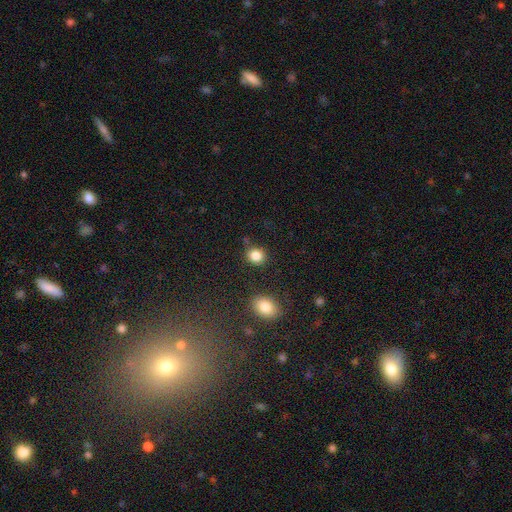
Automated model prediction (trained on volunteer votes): A smooth galaxy with no disk features (84%) that is round (74%).

Vote fractions:
- Smooth or featured? smooth: 84% / star or artifact: 10% / featured or disk: 6%
- How rounded? round: 74% / in between: 25% / cigar-shaped: 1%
- Merging? none: 82% / minor disturbance: 10% / merger: 5% / major disturbance: 3%